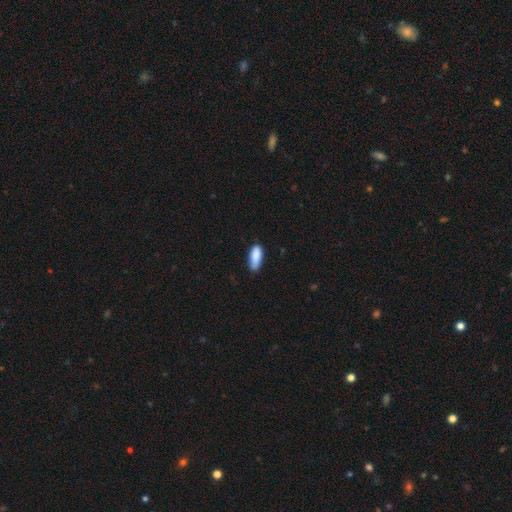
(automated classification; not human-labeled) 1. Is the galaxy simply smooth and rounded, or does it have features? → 88% smooth, 6% star or artifact, 6% featured or disk.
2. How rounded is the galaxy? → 80% in between, 18% cigar-shaped, 2% round.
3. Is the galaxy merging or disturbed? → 71% none, 25% minor disturbance, 3% major disturbance, 1% merger.